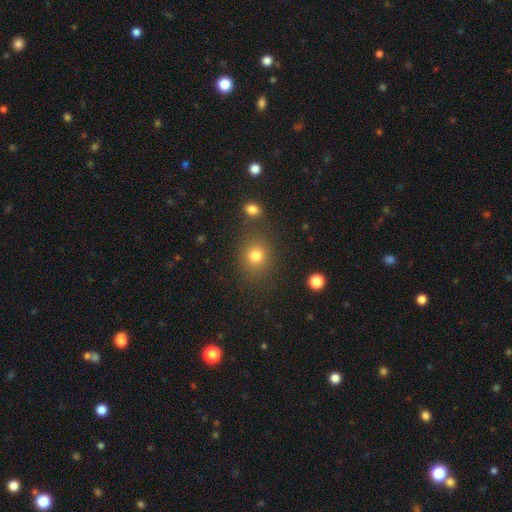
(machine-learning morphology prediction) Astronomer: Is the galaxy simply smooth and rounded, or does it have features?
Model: smooth — 79%.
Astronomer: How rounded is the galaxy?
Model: round — 76%.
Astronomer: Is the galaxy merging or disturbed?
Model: none — 80%.